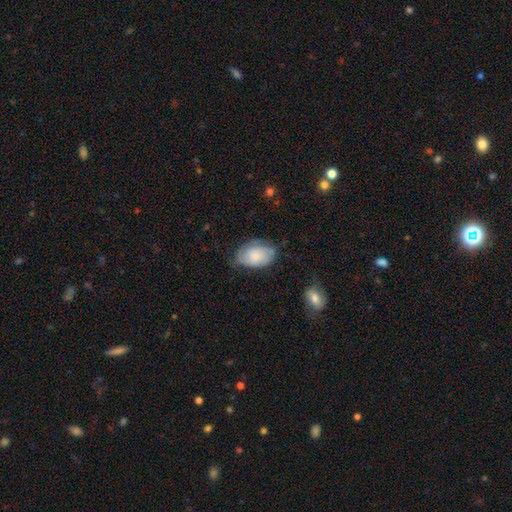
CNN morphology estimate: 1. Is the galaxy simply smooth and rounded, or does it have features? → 62% smooth, 31% featured or disk, 7% star or artifact.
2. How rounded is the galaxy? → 89% in between, 10% round, 1% cigar-shaped.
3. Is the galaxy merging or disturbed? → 56% none, 32% minor disturbance, 10% major disturbance, 2% merger.